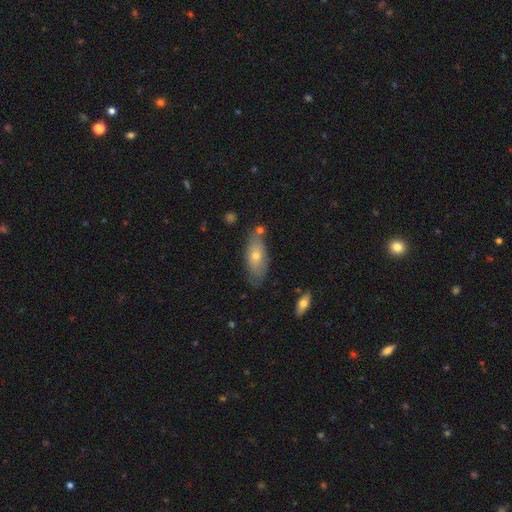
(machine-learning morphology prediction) A smooth galaxy with no disk features (59%) that is in between round and cigar-shaped (74%). Merging: none (70%).